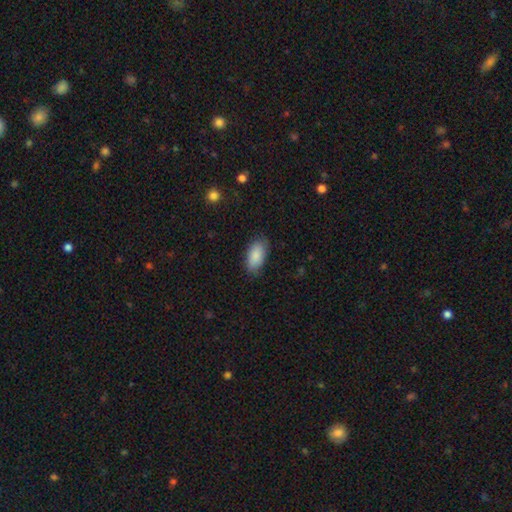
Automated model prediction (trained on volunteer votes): Smooth or featured? smooth (88%)
How rounded? in between (93%)
Merging? none (81%)